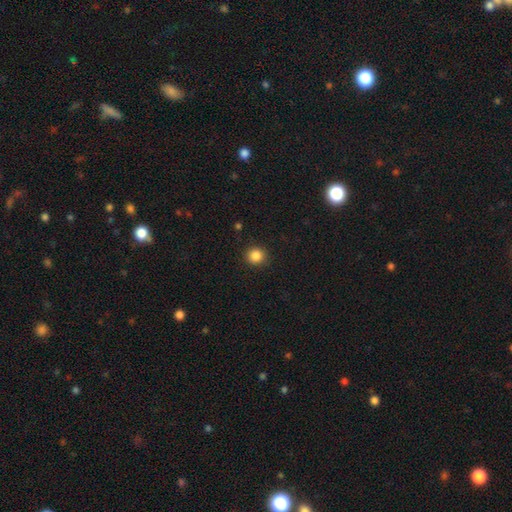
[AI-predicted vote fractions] smooth-or-featured: smooth: 86% | star or artifact: 11% | featured or disk: 3%
  how-rounded: round: 92% | in between: 7% | cigar-shaped: 1%
  merging: none: 91% | minor disturbance: 6% | major disturbance: 2% | merger: 1%